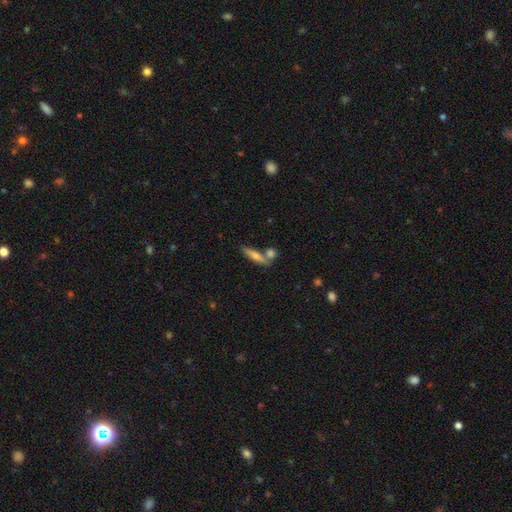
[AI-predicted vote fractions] Smooth or featured? Predicted: smooth (p=0.56). How rounded? Predicted: cigar-shaped (p=0.73). Merging? Predicted: none (p=0.59).